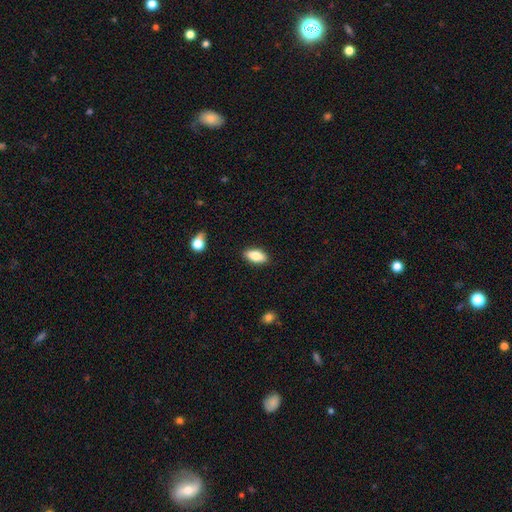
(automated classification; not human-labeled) smooth-or-featured: smooth: 78% | featured or disk: 15% | star or artifact: 7%
  how-rounded: in between: 85% | cigar-shaped: 12% | round: 3%
  merging: none: 87% | minor disturbance: 9% | major disturbance: 2% | merger: 1%